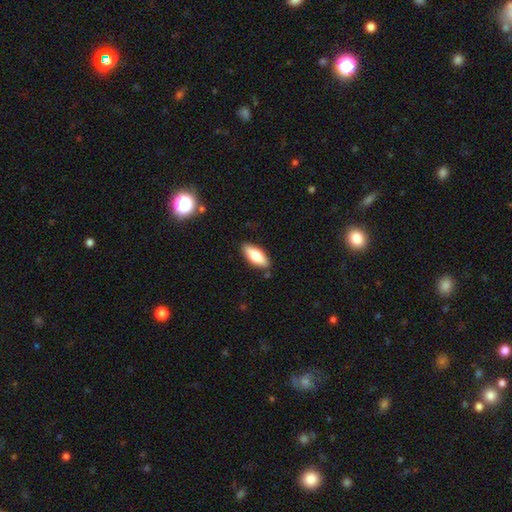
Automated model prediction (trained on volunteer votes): smooth-or-featured: smooth: 69% | featured or disk: 25% | star or artifact: 6%
  how-rounded: in between: 76% | cigar-shaped: 21% | round: 2%
  merging: none: 85% | minor disturbance: 11% | major disturbance: 2% | merger: 2%